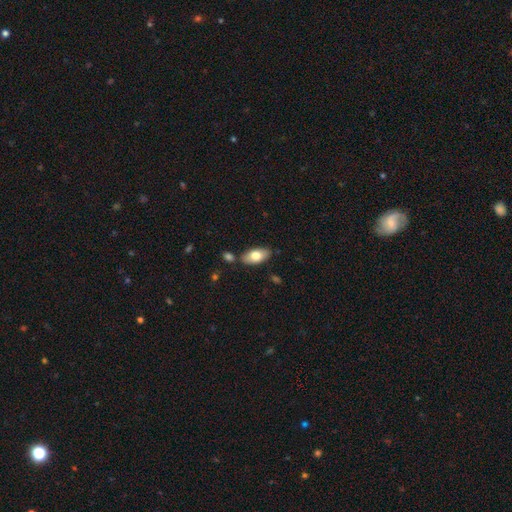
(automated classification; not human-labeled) Smooth or featured? smooth (74%)
How rounded? in between (92%)
Merging? none (80%)